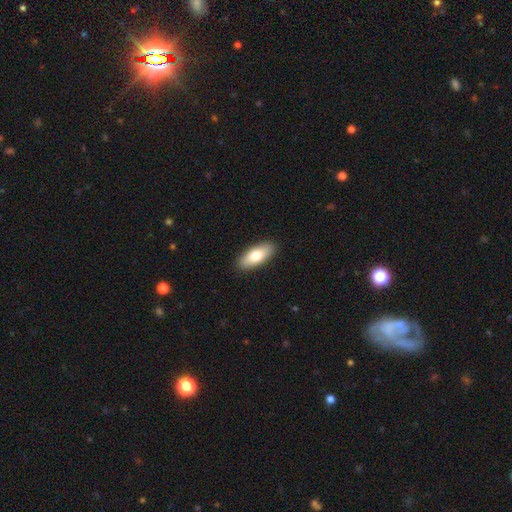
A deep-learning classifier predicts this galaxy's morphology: This is likely a smooth galaxy (75%). How rounded: likely in between (79%). Merging: clearly none (90%).